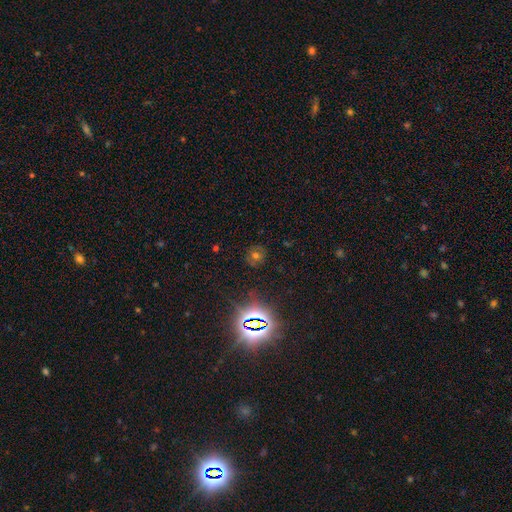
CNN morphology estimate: smooth_or_featured: star or artifact (p=0.44) [alt: smooth p=0.41]